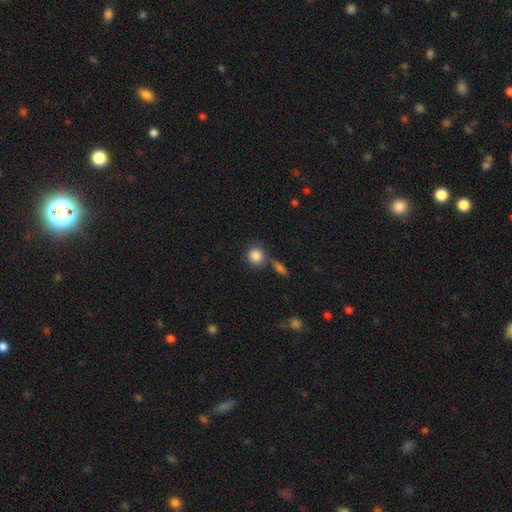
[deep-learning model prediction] This is clearly a smooth galaxy (86%). How rounded: clearly round (86%). Merging: likely none (63%).